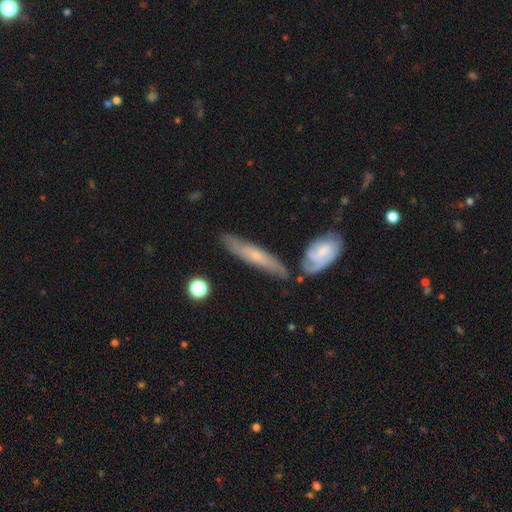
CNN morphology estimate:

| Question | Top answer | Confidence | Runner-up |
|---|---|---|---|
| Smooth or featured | featured or disk | 53% | smooth (40%) |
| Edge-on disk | yes | 59% | no (41%) |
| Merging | none | 68% | minor disturbance (18%) |